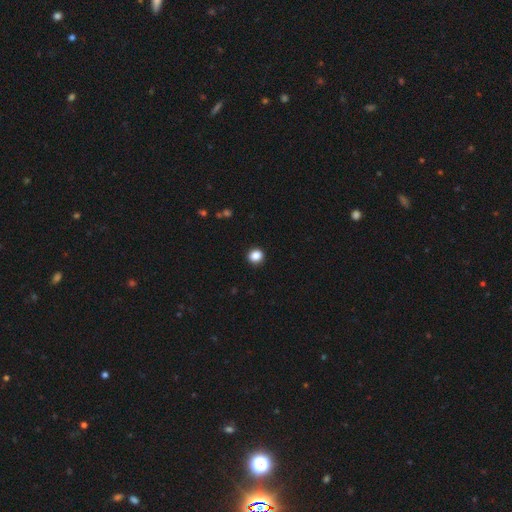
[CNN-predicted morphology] A smooth galaxy with no disk features (87%) that is round (84%). Merging: none (92%).